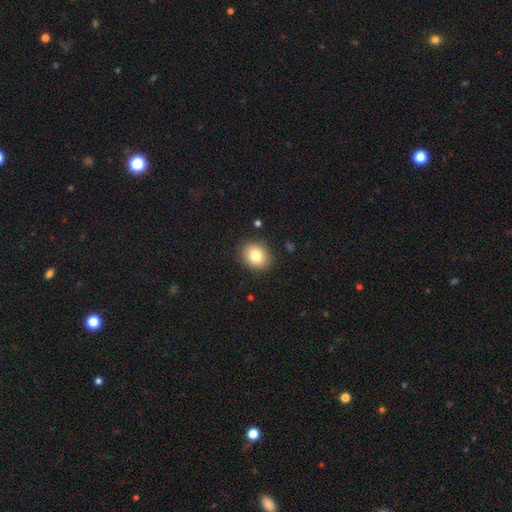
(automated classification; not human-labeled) smooth-or-featured: smooth: 80% | featured or disk: 10% | star or artifact: 10%
  how-rounded: round: 65% | in between: 34% | cigar-shaped: 1%
  merging: none: 89% | minor disturbance: 8% | major disturbance: 2% | merger: 1%